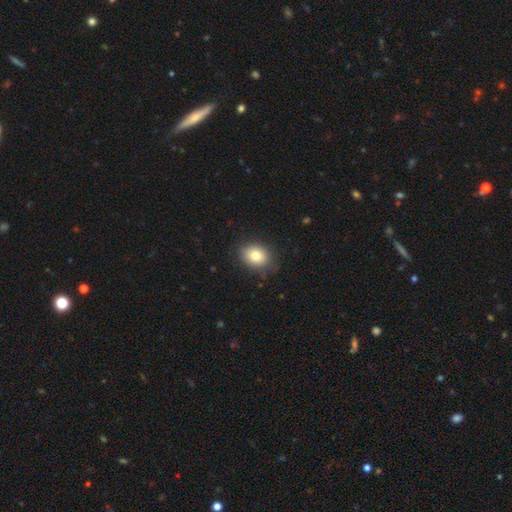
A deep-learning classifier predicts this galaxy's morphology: A smooth galaxy with no disk features (79%) that is in between round and cigar-shaped (56%). Merging: none (82%).